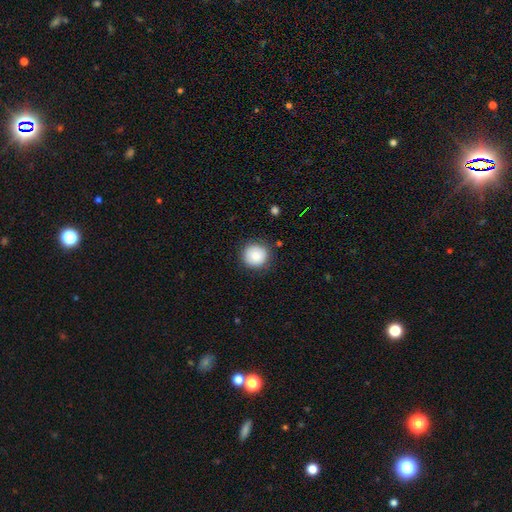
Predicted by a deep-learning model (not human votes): smooth_or_featured: smooth (p=0.86) [alt: star or artifact p=0.08]
how_rounded: round (p=0.93) [alt: in between p=0.06]
merging: none (p=0.86) [alt: minor disturbance p=0.10]